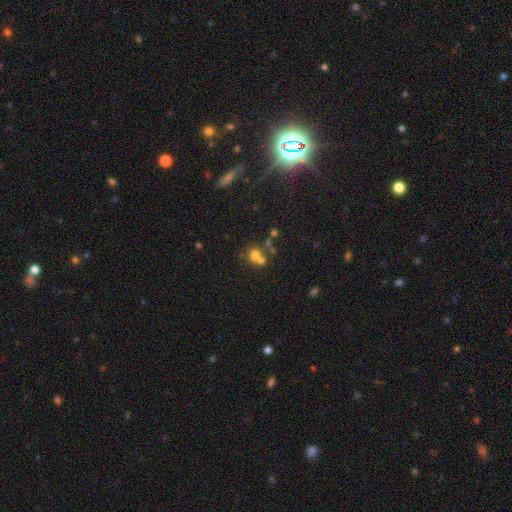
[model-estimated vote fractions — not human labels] Smooth or featured: smooth — 65% (star or artifact — 18%)
How rounded: round — 83% (in between — 16%)
Merging: none — 44% (merger — 43%)